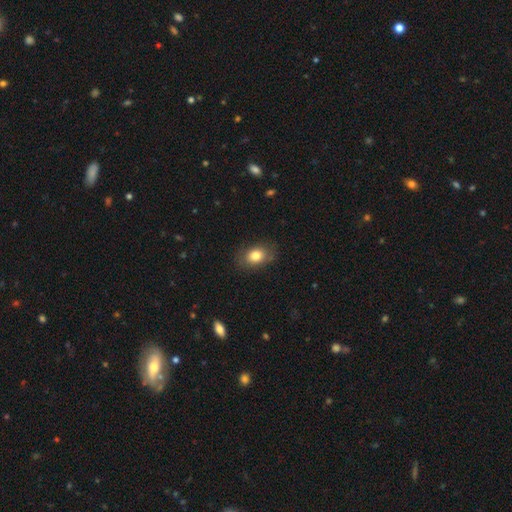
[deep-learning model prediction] smooth-or-featured: smooth: 80% | featured or disk: 11% | star or artifact: 9%
  how-rounded: in between: 72% | round: 27% | cigar-shaped: 1%
  merging: none: 80% | minor disturbance: 15% | major disturbance: 4% | merger: 1%